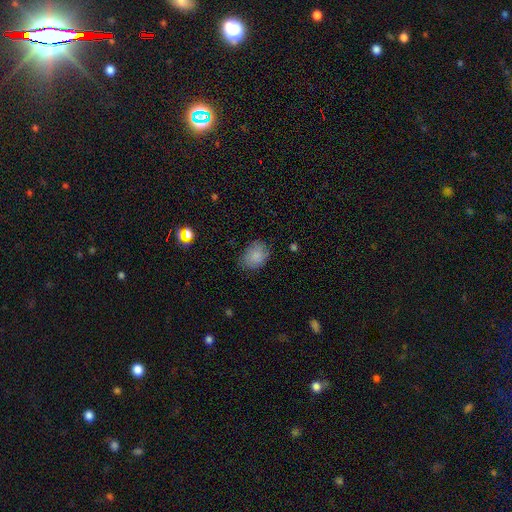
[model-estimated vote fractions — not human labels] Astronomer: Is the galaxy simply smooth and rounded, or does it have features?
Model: smooth — 84%.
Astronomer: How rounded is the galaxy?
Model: in between — 65%.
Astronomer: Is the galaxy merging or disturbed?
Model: none — 72%.